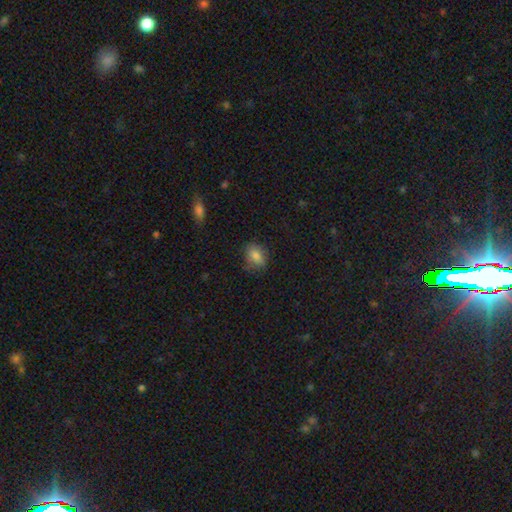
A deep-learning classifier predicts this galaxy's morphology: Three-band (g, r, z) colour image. It shows a smooth galaxy with no disk features (81%) that is in between round and cigar-shaped (63%). Merging: none (72%).